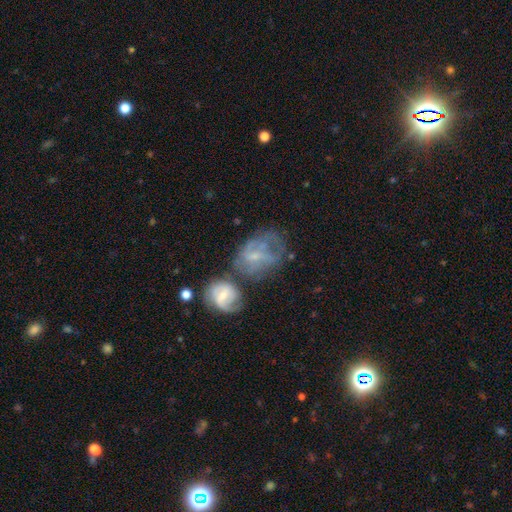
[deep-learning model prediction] Q: Smooth or featured?
A: featured or disk (59%); runner-up: smooth (31%)
Q: Edge-on disk?
A: no (97%); runner-up: yes (3%)
Q: Bar?
A: no (47%); runner-up: weak (42%)
Q: Spiral arms?
A: yes (62%); runner-up: no (38%)
Q: Bulge size?
A: small (55%); runner-up: moderate (24%)
Q: Merging?
A: merger (32%); runner-up: none (27%)